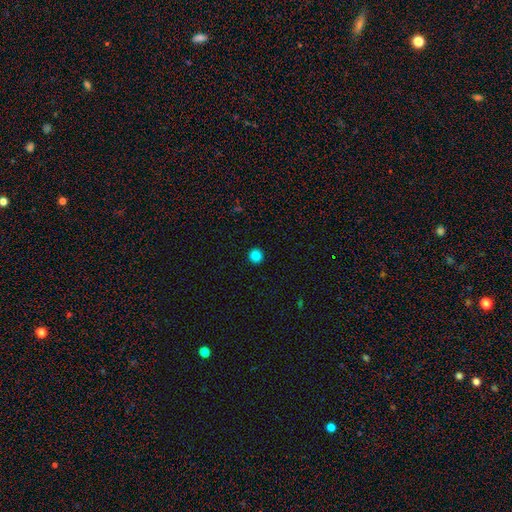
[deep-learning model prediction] This appears to be a smooth galaxy with no disk features (85%) that is round (95%). Merging: none (94%).